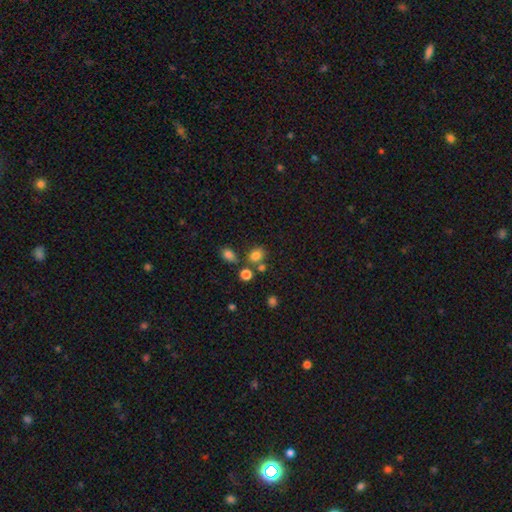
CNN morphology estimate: Overall: smooth (79%). How rounded: in between (50%; round 49%). Merging: none (65%).